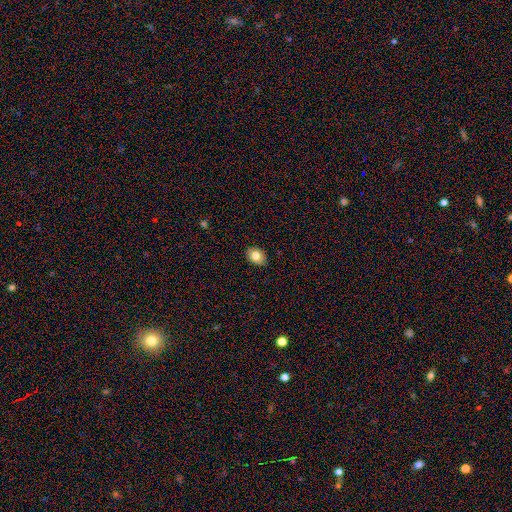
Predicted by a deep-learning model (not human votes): The model was most divided on "how rounded": in between: 62%, round: 37%, cigar-shaped: 1%. More confident: merging — none (86%); smooth or featured — smooth (80%).